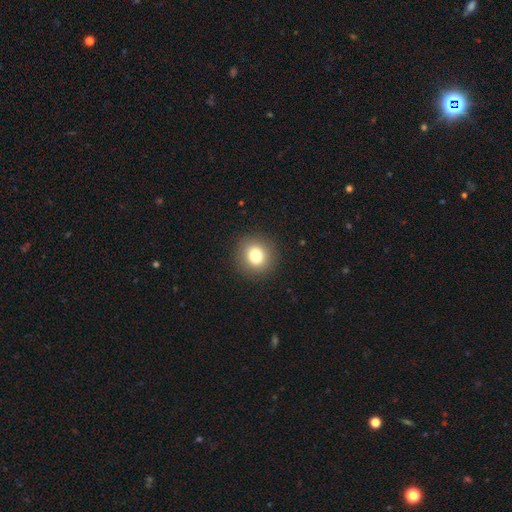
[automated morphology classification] A smooth galaxy with no disk features (81%) that is round (88%). Merging: none (90%).